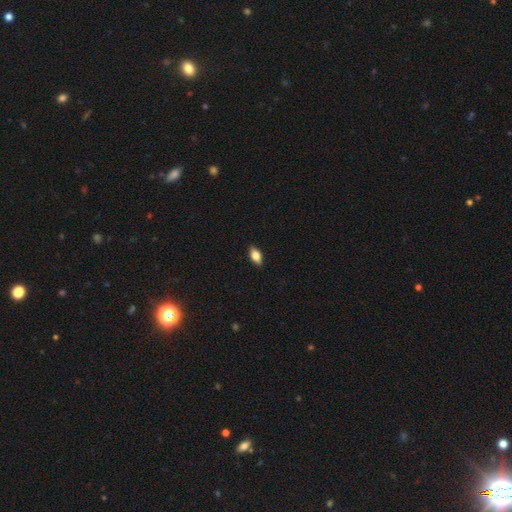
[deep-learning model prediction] Overall: smooth (74%). How rounded: in between (87%). Merging: none (88%).